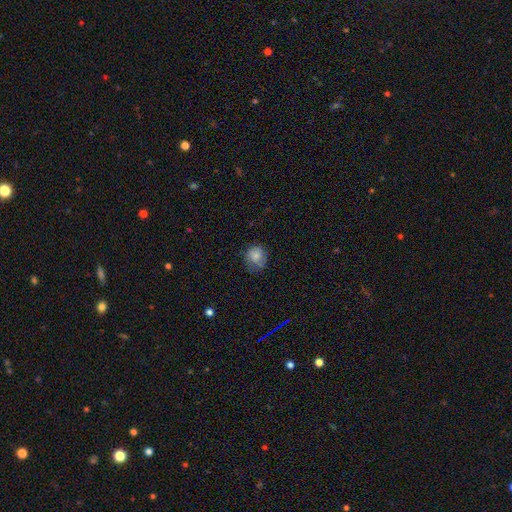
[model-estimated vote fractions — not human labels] Smooth or featured? Predicted: smooth (p=0.78). How rounded? Predicted: round (p=0.75). Merging? Predicted: none (p=0.63).